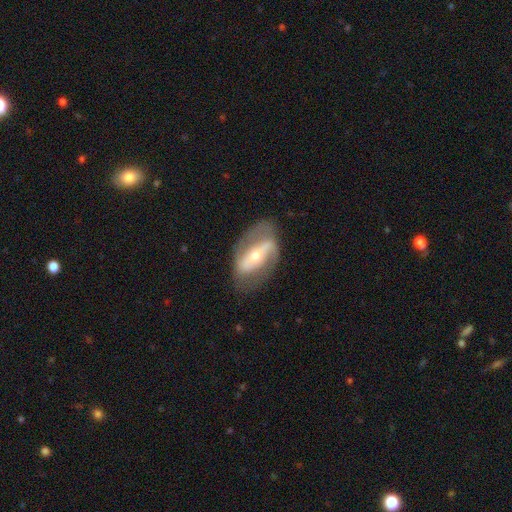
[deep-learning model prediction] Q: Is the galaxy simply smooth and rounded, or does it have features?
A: featured or disk — 79%.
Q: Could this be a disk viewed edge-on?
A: no — 91%.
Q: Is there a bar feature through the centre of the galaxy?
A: strong — 55%.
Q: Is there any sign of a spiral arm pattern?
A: yes — 80%.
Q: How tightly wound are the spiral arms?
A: loose — 40%.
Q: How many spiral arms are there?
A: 2 — 83%.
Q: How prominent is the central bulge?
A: small — 48%.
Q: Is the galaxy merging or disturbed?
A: none — 68%.